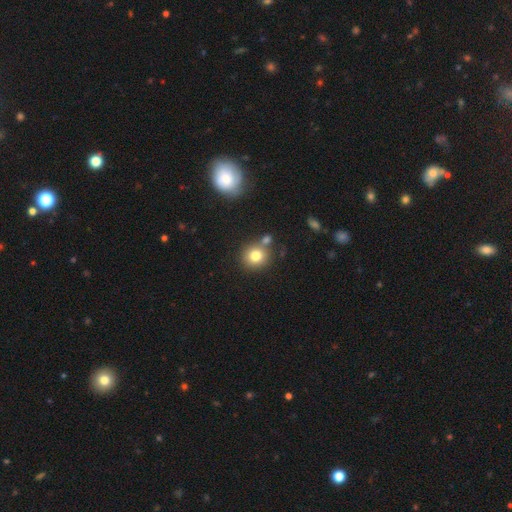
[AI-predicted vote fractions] Smooth or featured: smooth — 79% (star or artifact — 12%)
How rounded: round — 87% (in between — 12%)
Merging: none — 69% (merger — 18%)